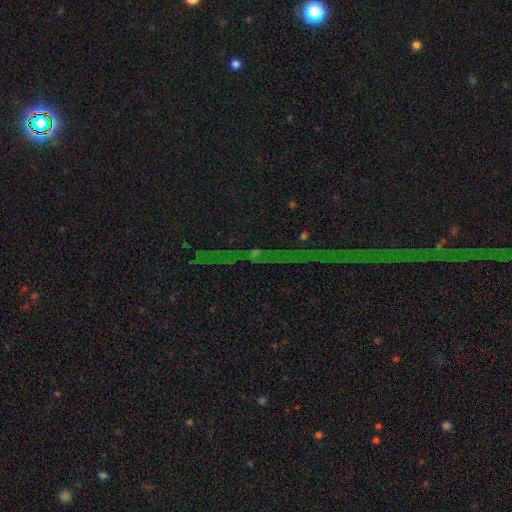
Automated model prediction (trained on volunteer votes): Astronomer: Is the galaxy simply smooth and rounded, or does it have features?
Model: star or artifact — 83%.